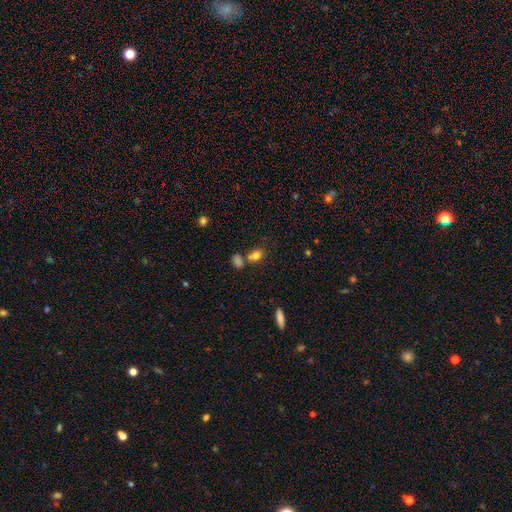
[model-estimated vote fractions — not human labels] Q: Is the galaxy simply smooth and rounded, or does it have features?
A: smooth — 78%.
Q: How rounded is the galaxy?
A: in between — 68%.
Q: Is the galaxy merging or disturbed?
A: none — 48%.